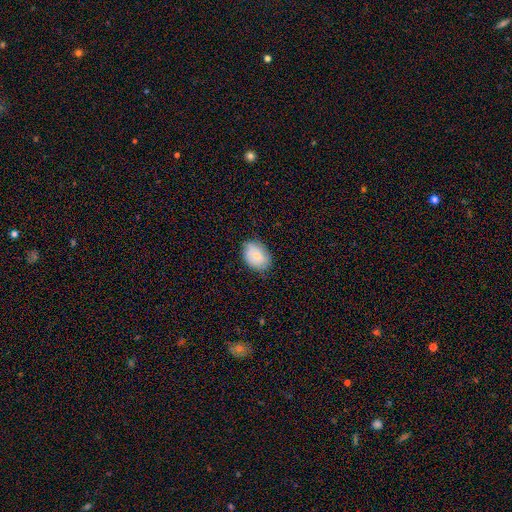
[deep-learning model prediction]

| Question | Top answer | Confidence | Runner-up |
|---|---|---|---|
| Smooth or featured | smooth | 75% | featured or disk (17%) |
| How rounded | in between | 73% | round (26%) |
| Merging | none | 75% | minor disturbance (19%) |